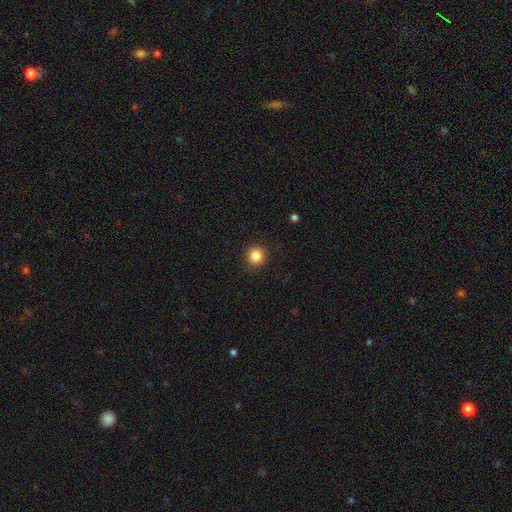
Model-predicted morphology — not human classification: smooth_or_featured: smooth (p=0.85) [alt: star or artifact p=0.11]
how_rounded: round (p=0.93) [alt: in between p=0.06]
merging: none (p=0.90) [alt: minor disturbance p=0.07]